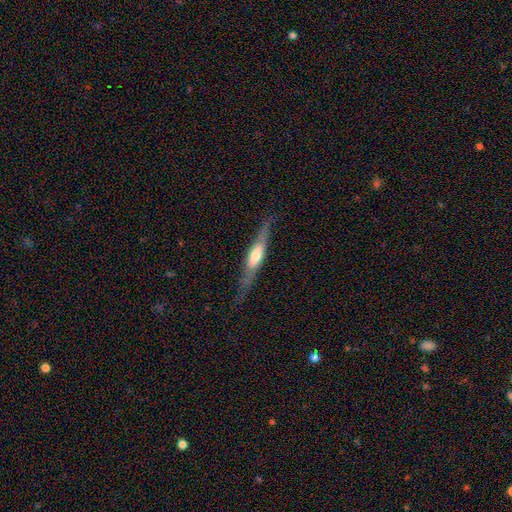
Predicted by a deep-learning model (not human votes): Morphology: type=featured or disk (60%); edge-on=yes (86%); edge-on bulge=rounded (74%); merging=none (75%).